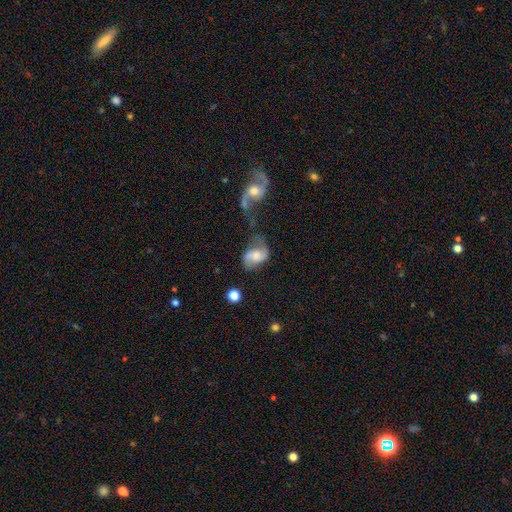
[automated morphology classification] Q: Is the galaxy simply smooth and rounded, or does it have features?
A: featured or disk — 65%.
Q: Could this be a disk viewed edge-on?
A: no — 97%.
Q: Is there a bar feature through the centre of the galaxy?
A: no — 52%.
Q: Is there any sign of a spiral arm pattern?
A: yes — 89%.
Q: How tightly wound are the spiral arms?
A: loose — 59%.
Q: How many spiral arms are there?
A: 2 — 86%.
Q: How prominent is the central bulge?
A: moderate — 44%.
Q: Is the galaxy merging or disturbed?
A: none — 38%.